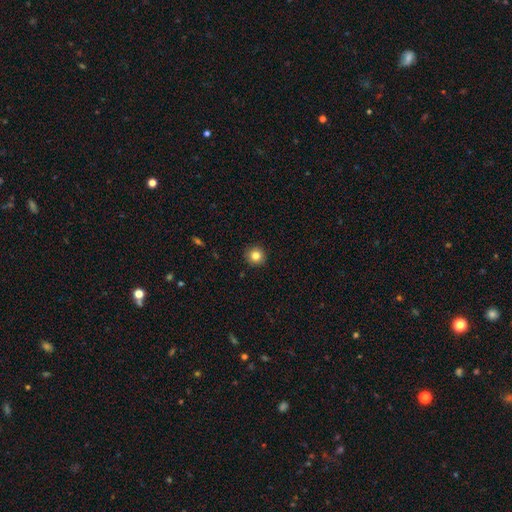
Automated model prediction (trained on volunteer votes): Smooth or featured? smooth (82%)
How rounded? round (93%)
Merging? none (92%)